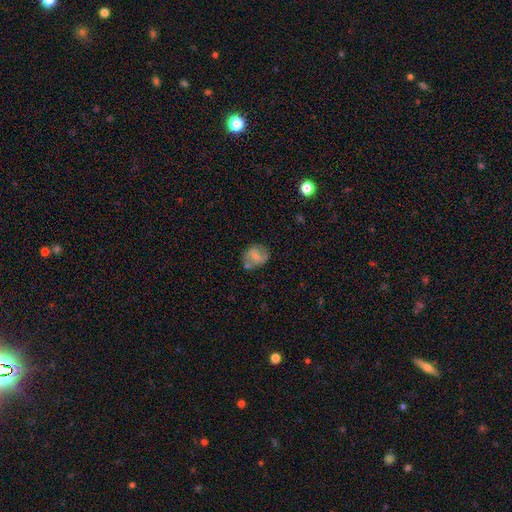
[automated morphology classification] This appears to be a smooth galaxy with no disk features (58%) that is round (65%). Merging: none (62%).